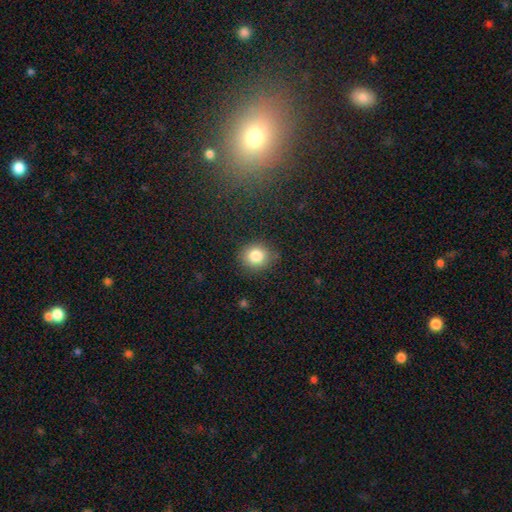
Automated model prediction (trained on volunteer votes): smooth 83%, star or artifact 10%, featured or disk 7%. Down the decision tree: how rounded — round (81%); merging — none (85%).